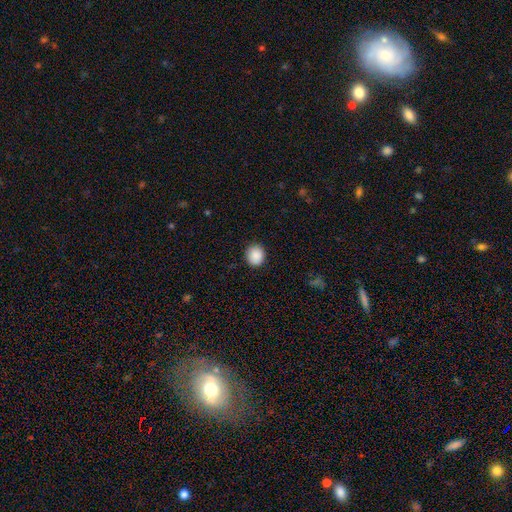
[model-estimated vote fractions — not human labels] Smooth or featured? Predicted: smooth (p=0.90). How rounded? Predicted: round (p=0.79). Merging? Predicted: none (p=0.89).